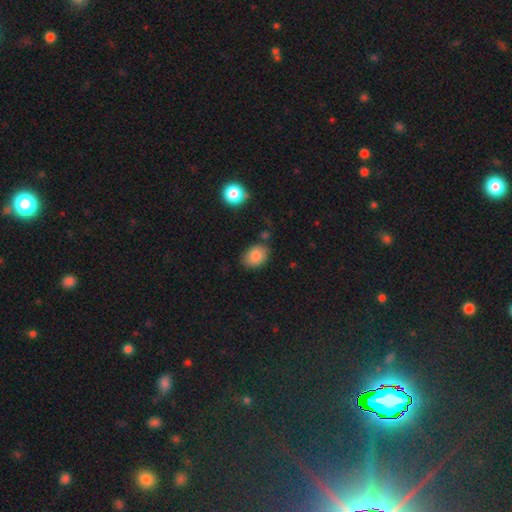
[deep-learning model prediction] A smooth galaxy with no disk features (86%) that is in between round and cigar-shaped (70%).

Vote fractions:
- Smooth or featured? smooth: 86% / star or artifact: 8% / featured or disk: 6%
- How rounded? in between: 70% / round: 29% / cigar-shaped: 1%
- Merging? none: 77% / minor disturbance: 16% / merger: 4% / major disturbance: 3%